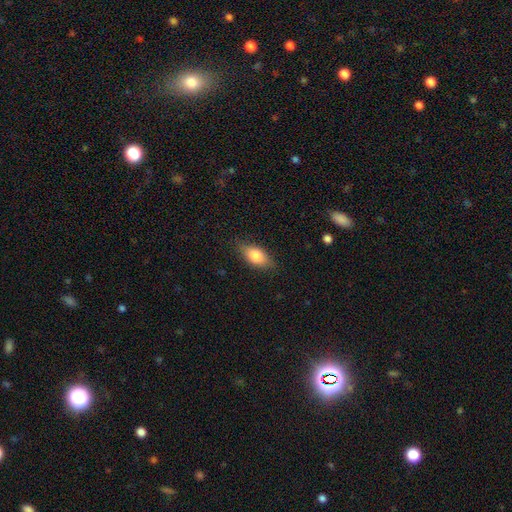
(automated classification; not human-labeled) Smooth or featured? Predicted: smooth (p=0.77). How rounded? Predicted: in between (p=0.86). Merging? Predicted: none (p=0.82).